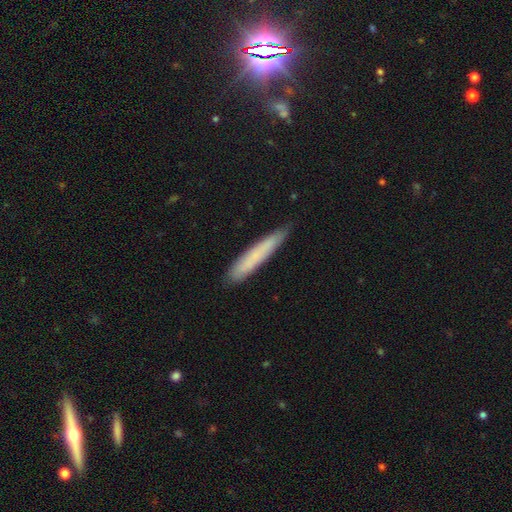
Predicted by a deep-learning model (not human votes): smooth-or-featured: smooth: 71% | featured or disk: 22% | star or artifact: 8%
  how-rounded: cigar-shaped: 93% | in between: 5% | round: 1%
  merging: none: 84% | minor disturbance: 13% | major disturbance: 2% | merger: 1%